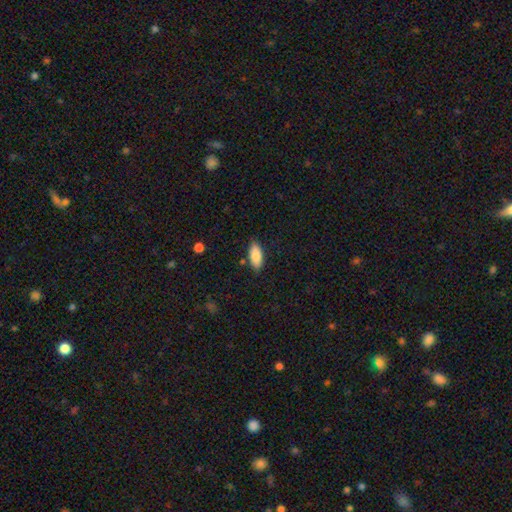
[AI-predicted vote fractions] This is clearly a smooth galaxy (85%). How rounded: clearly in between (84%). Merging: clearly none (83%).